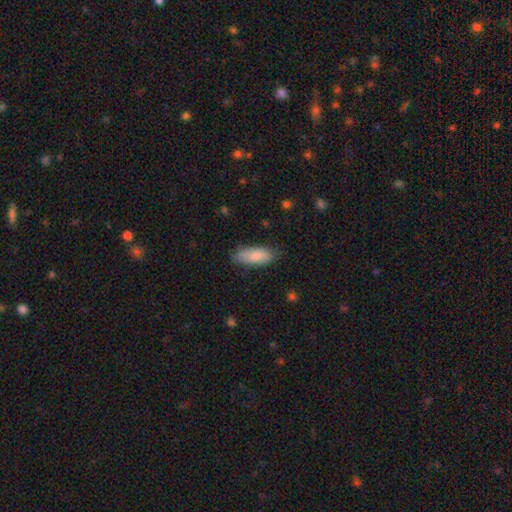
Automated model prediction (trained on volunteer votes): smooth-or-featured: smooth: 83% | featured or disk: 11% | star or artifact: 6%
  how-rounded: in between: 77% | cigar-shaped: 21% | round: 2%
  merging: none: 77% | minor disturbance: 18% | major disturbance: 3% | merger: 1%